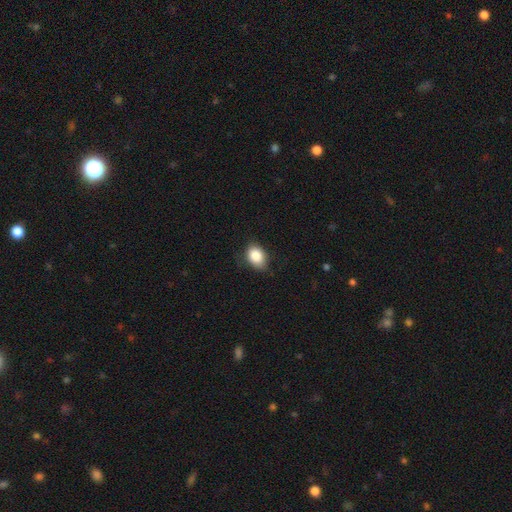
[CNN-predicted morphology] Smooth or featured?
  - smooth: 87% *
  - star or artifact: 8%
  - featured or disk: 5%
How rounded?
  - in between: 76% *
  - round: 23%
  - cigar-shaped: 1%
Merging?
  - none: 77% *
  - minor disturbance: 19%
  - major disturbance: 3%
  - merger: 1%